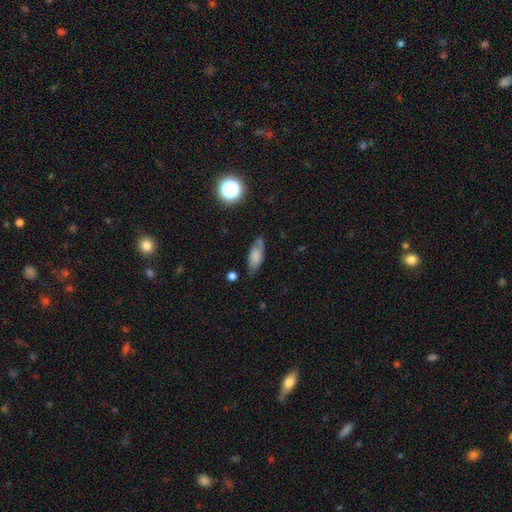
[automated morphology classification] Overall: smooth (71%). How rounded: in between (77%). Merging: none (66%).